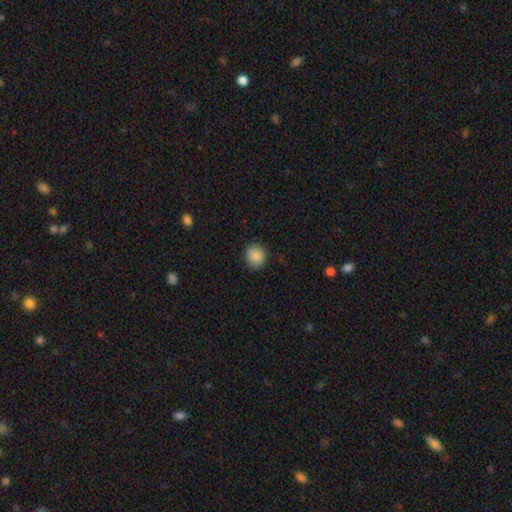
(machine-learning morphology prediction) type=smooth (88%); roundness=round (85%); merging=none (87%).